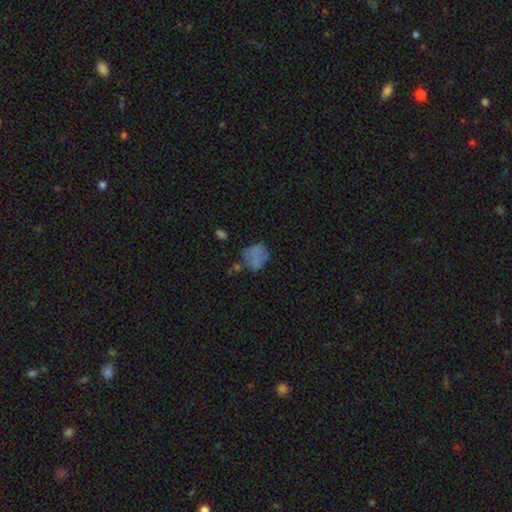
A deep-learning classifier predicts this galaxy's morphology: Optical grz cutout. It shows a smooth galaxy with no disk features (62%) that is round (52%). Merging: none (43%).